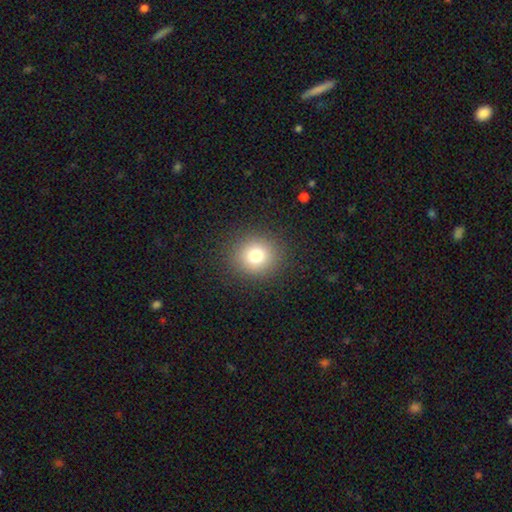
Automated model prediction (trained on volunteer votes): Smooth or featured: smooth — 76% (star or artifact — 14%)
How rounded: round — 90% (in between — 10%)
Merging: none — 90% (minor disturbance — 6%)